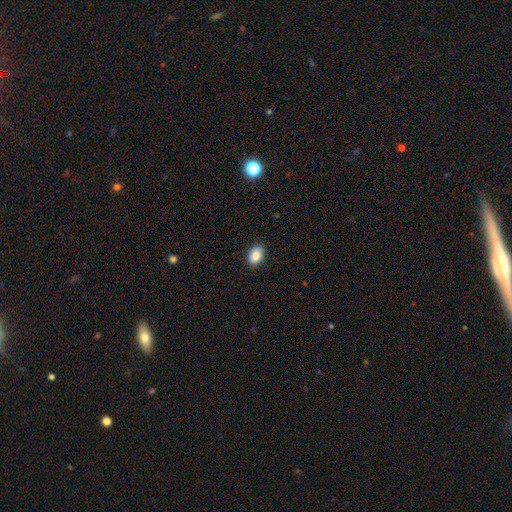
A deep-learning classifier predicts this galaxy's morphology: Smooth or featured? Predicted: smooth (p=0.87). How rounded? Predicted: in between (p=0.85). Merging? Predicted: none (p=0.89).